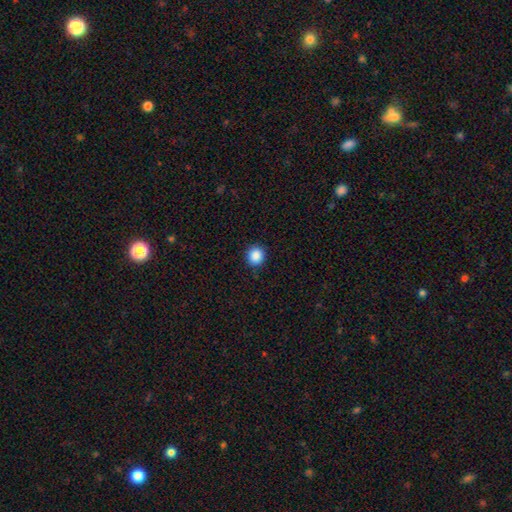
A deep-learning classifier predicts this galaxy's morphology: smooth-or-featured: smooth: 88% | star or artifact: 9% | featured or disk: 3%
  how-rounded: round: 90% | in between: 9% | cigar-shaped: 1%
  merging: none: 91% | minor disturbance: 6% | major disturbance: 2% | merger: 1%